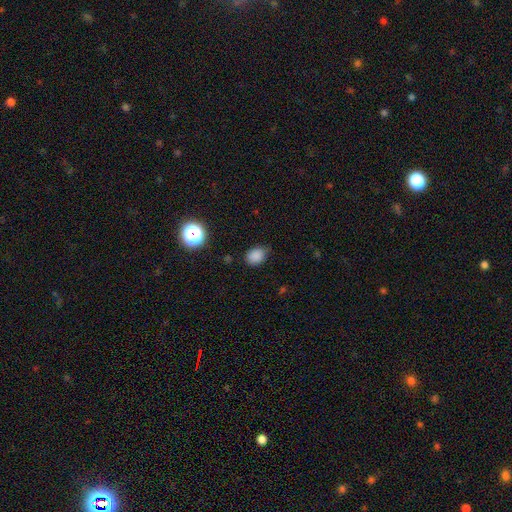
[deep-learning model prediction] A smooth galaxy with no disk features (82%) that is in between round and cigar-shaped (54%). Merging: none (69%).